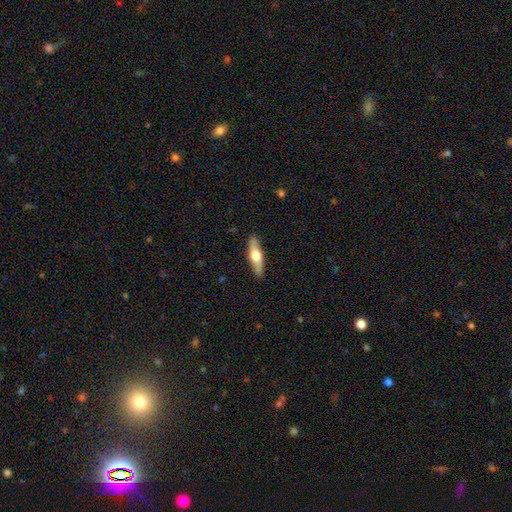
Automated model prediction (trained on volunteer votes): The model was most divided on "smooth or featured": featured or disk: 48%, smooth: 47%, star or artifact: 5%. More confident: merging — none (87%).